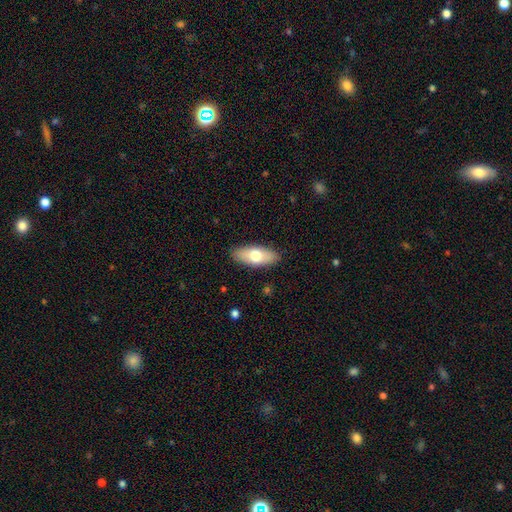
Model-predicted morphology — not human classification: Smooth or featured? Predicted: smooth (p=0.68). How rounded? Predicted: in between (p=0.84). Merging? Predicted: none (p=0.88).